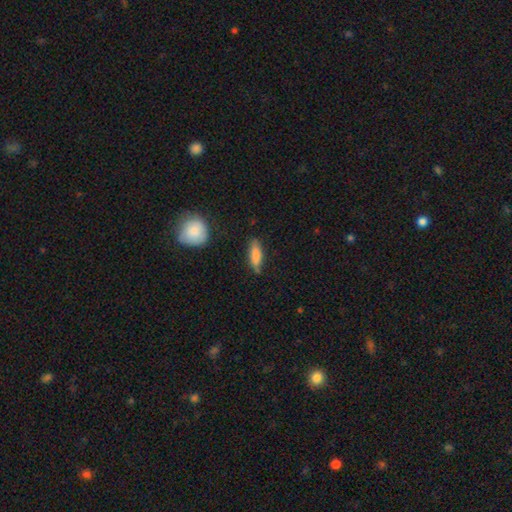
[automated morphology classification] This appears to be a smooth galaxy with no disk features (82%) that is in between round and cigar-shaped (53%). Merging: none (74%).